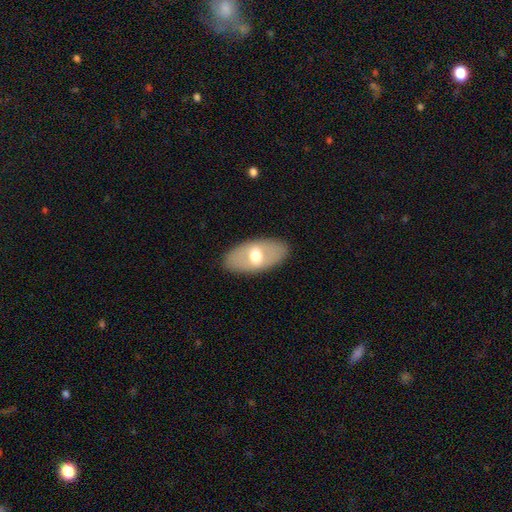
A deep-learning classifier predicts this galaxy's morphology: Q: Smooth or featured?
A: smooth (52%); runner-up: featured or disk (41%)
Q: How rounded?
A: in between (92%); runner-up: round (5%)
Q: Merging?
A: none (86%); runner-up: minor disturbance (10%)